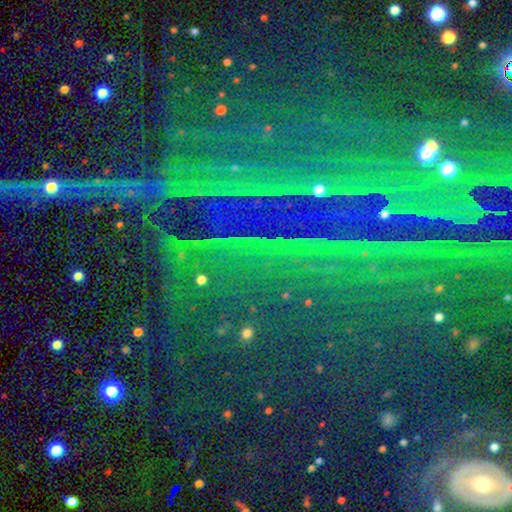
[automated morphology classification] Smooth or featured: star or artifact — 88% (featured or disk — 6%)